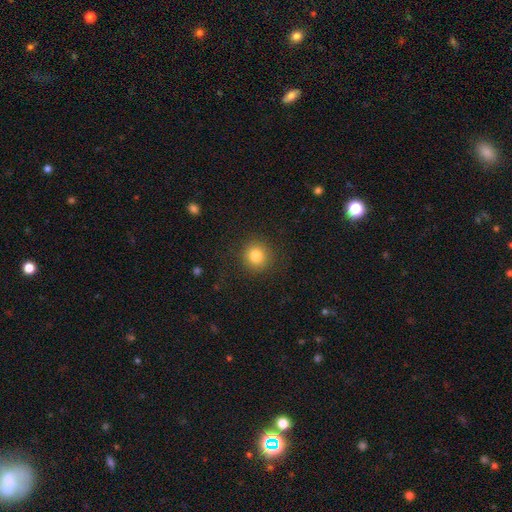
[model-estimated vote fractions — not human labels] Smooth or featured?
  - smooth: 82% *
  - star or artifact: 11%
  - featured or disk: 6%
How rounded?
  - round: 92% *
  - in between: 8%
  - cigar-shaped: 1%
Merging?
  - none: 89% *
  - minor disturbance: 7%
  - major disturbance: 3%
  - merger: 1%